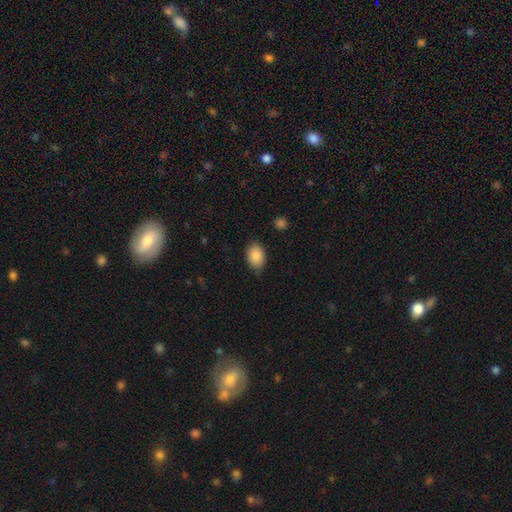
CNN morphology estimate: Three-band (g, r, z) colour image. It shows a smooth galaxy with no disk features (88%) that is in between round and cigar-shaped (82%). Merging: none (76%).